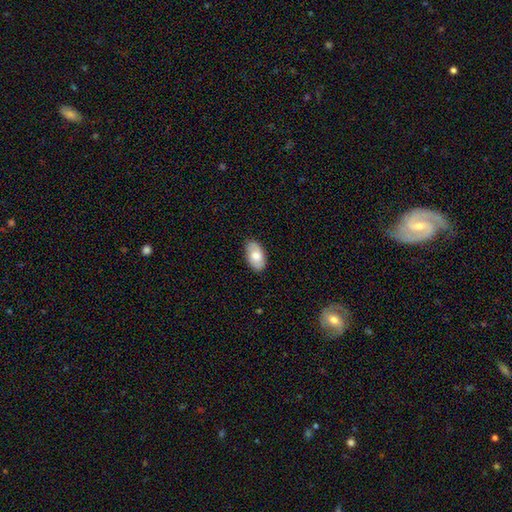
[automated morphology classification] Smooth or featured? smooth (73%)
How rounded? in between (95%)
Merging? none (85%)